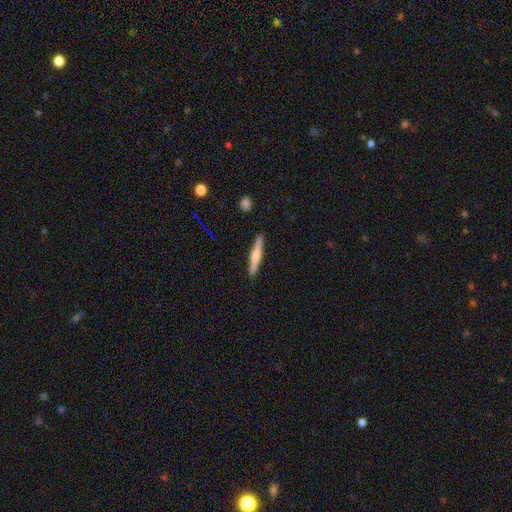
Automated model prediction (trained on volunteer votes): smooth_or_featured: smooth (p=0.48) [alt: featured or disk p=0.46]
merging: none (p=0.90) [alt: minor disturbance p=0.07]